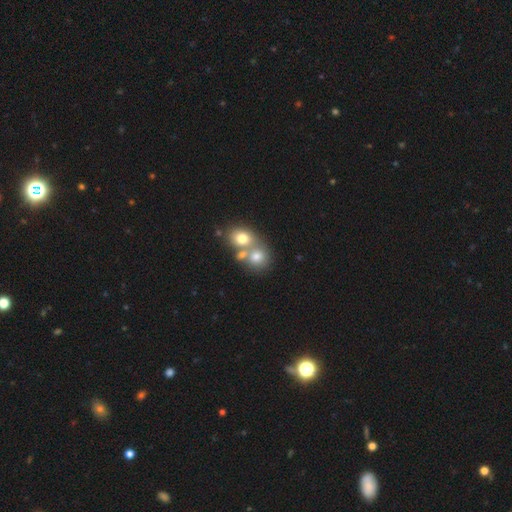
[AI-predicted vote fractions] Smooth or featured?
  - smooth: 66% *
  - featured or disk: 19%
  - star or artifact: 14%
How rounded?
  - round: 73% *
  - in between: 26%
  - cigar-shaped: 1%
Merging?
  - merger: 64% *
  - none: 28%
  - minor disturbance: 5%
  - major disturbance: 3%